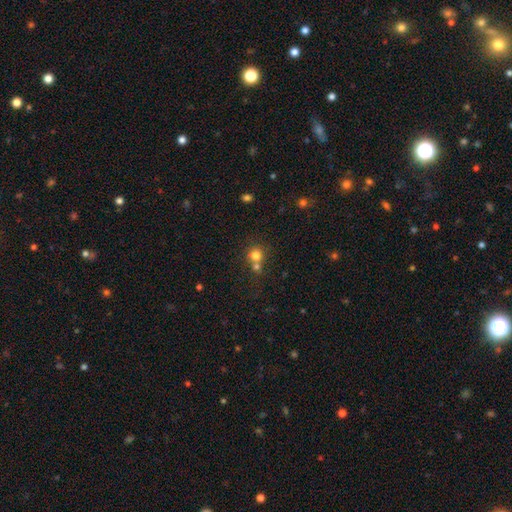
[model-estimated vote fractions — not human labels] Q: Smooth or featured?
A: smooth (77%); runner-up: star or artifact (14%)
Q: How rounded?
A: round (88%); runner-up: in between (11%)
Q: Merging?
A: none (50%); runner-up: merger (39%)